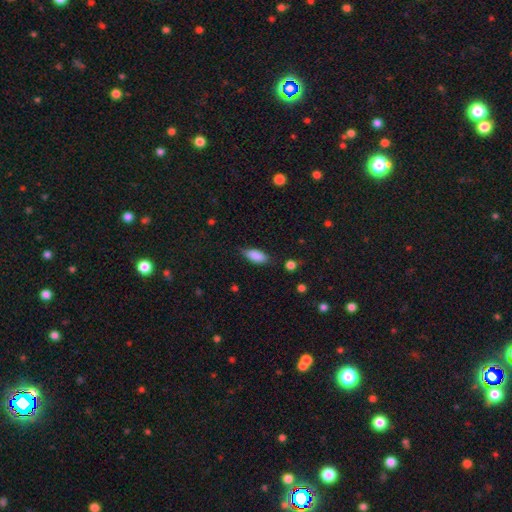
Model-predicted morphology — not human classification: This is clearly a smooth galaxy (88%). How rounded: clearly in between (83%). Merging: likely none (79%).